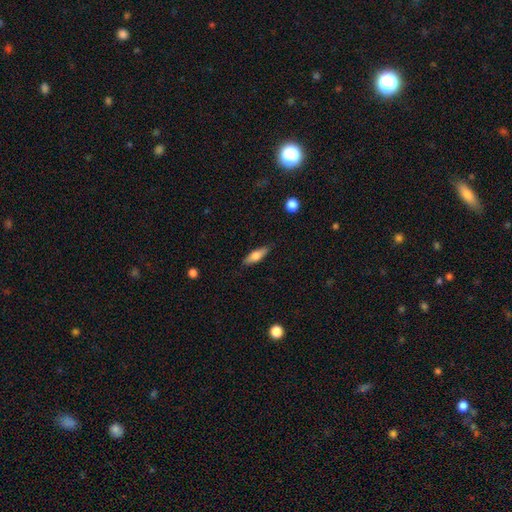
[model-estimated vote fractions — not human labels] smooth_or_featured: smooth (p=0.64) [alt: featured or disk p=0.30]
how_rounded: in between (p=0.51) [alt: cigar-shaped p=0.47]
merging: none (p=0.84) [alt: minor disturbance p=0.12]